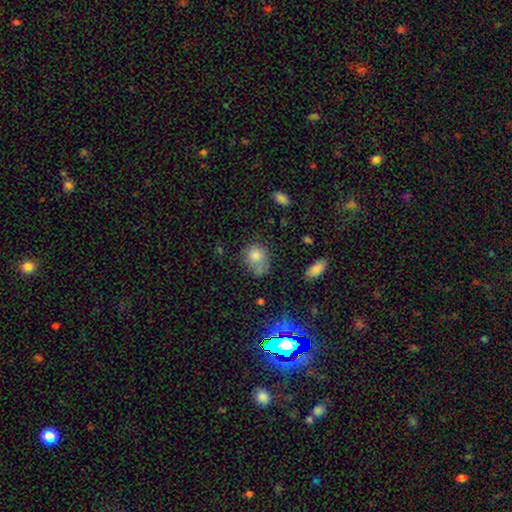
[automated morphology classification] Smooth or featured? Predicted: smooth (p=0.72). How rounded? Predicted: round (p=0.60). Merging? Predicted: none (p=0.46).